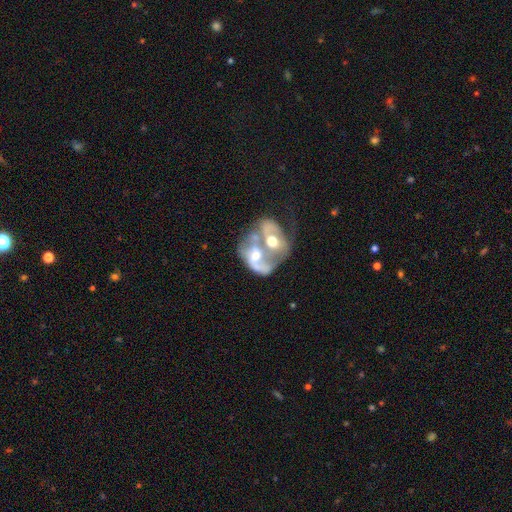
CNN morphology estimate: type=featured or disk (64%); edge-on=no (97%); bar=no (75%); spiral arms=no (58%); bulge=moderate (64%); merging=merger (76%).